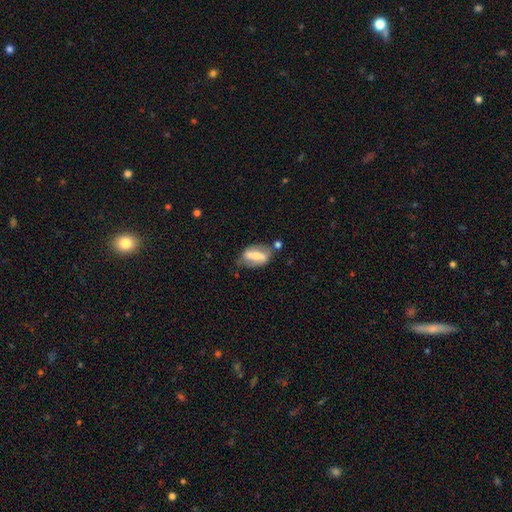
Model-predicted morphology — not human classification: Q: Smooth or featured?
A: featured or disk (60%); runner-up: smooth (33%)
Q: Edge-on disk?
A: no (89%); runner-up: yes (11%)
Q: Bar?
A: strong (61%); runner-up: weak (24%)
Q: Spiral arms?
A: yes (66%); runner-up: no (34%)
Q: Bulge size?
A: moderate (50%); runner-up: small (38%)
Q: Merging?
A: none (58%); runner-up: minor disturbance (25%)